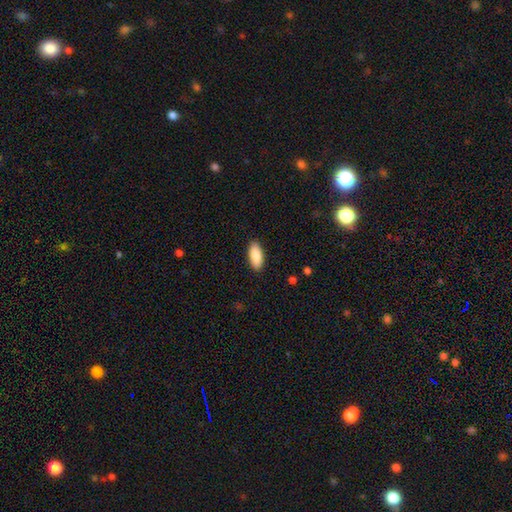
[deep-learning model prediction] Smooth or featured?
  - smooth: 89% *
  - star or artifact: 6%
  - featured or disk: 5%
How rounded?
  - in between: 87% *
  - cigar-shaped: 11%
  - round: 2%
Merging?
  - none: 90% *
  - minor disturbance: 8%
  - major disturbance: 2%
  - merger: 1%